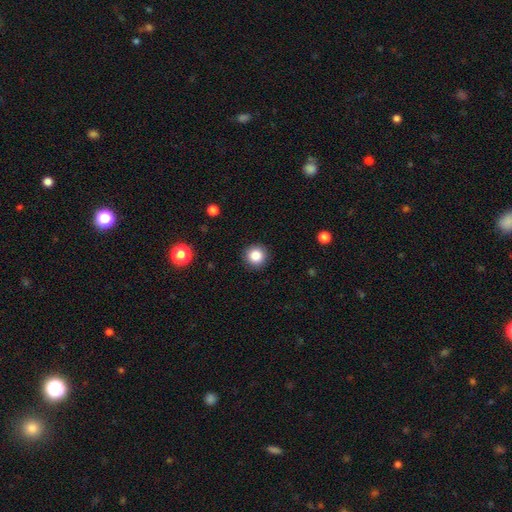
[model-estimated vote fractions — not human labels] Smooth or featured: smooth — 86% (star or artifact — 10%)
How rounded: round — 95% (in between — 4%)
Merging: none — 91% (minor disturbance — 6%)